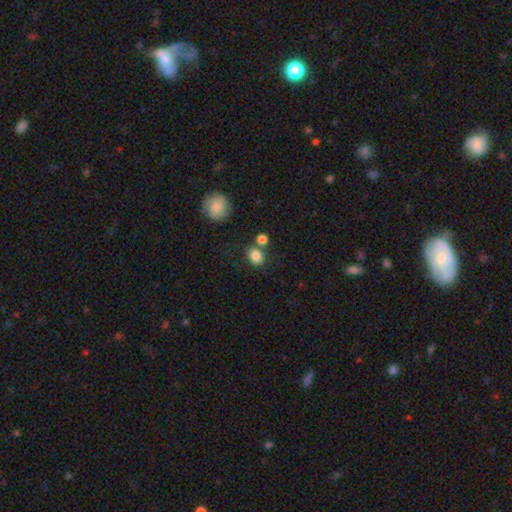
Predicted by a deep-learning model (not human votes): A smooth galaxy with no disk features (84%) that is round (56%).

Vote fractions:
- Smooth or featured? smooth: 84% / star or artifact: 11% / featured or disk: 6%
- How rounded? round: 56% / in between: 43% / cigar-shaped: 1%
- Merging? none: 67% / merger: 17% / minor disturbance: 12% / major disturbance: 4%